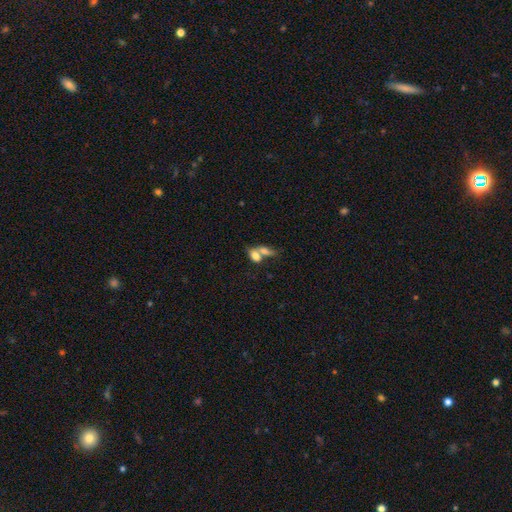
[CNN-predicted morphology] Overall: smooth (74%). How rounded: in between (81%). Merging: merger (65%).